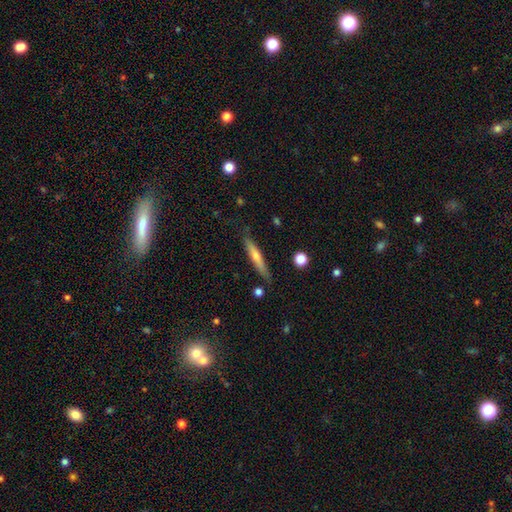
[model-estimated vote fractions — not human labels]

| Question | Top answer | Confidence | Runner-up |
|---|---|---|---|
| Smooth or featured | smooth | 51% | featured or disk (42%) |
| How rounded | cigar-shaped | 93% | in between (6%) |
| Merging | none | 84% | minor disturbance (12%) |